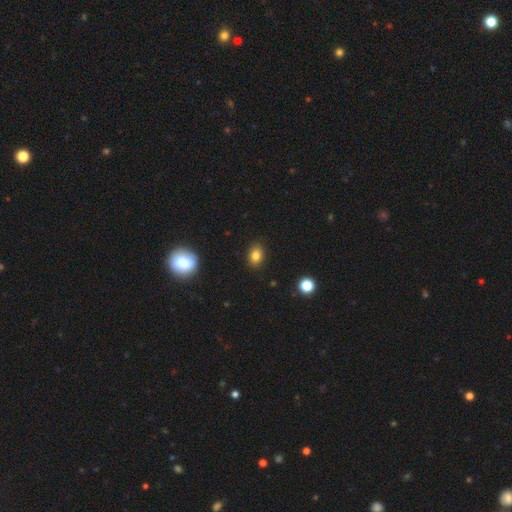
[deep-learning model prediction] Q: Smooth or featured?
A: smooth (82%); runner-up: star or artifact (11%)
Q: How rounded?
A: in between (71%); runner-up: round (28%)
Q: Merging?
A: none (87%); runner-up: minor disturbance (10%)